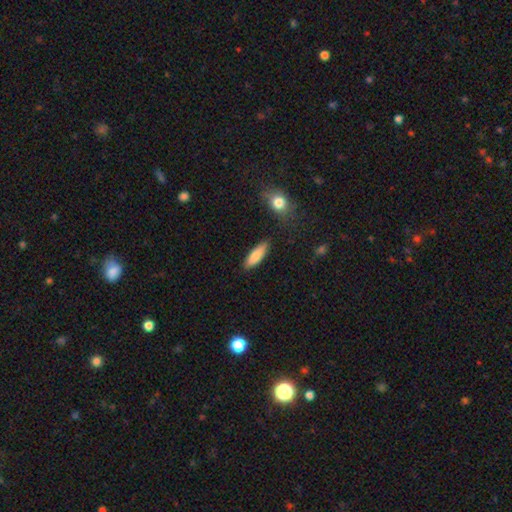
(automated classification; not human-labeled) Overall: smooth (83%). How rounded: in between (54%; cigar-shaped 44%). Merging: none (85%).